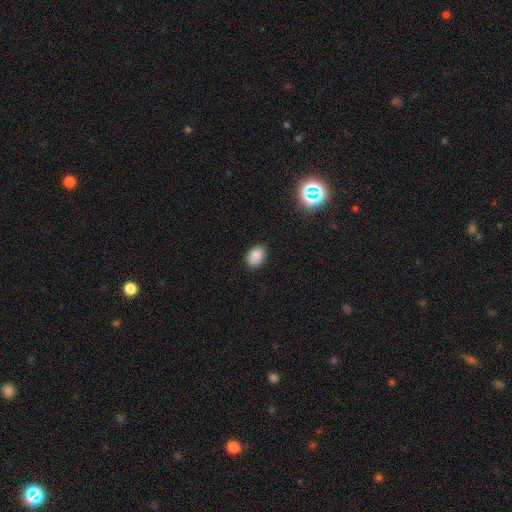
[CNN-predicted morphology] Overall: smooth (85%). How rounded: in between (83%). Merging: none (85%).